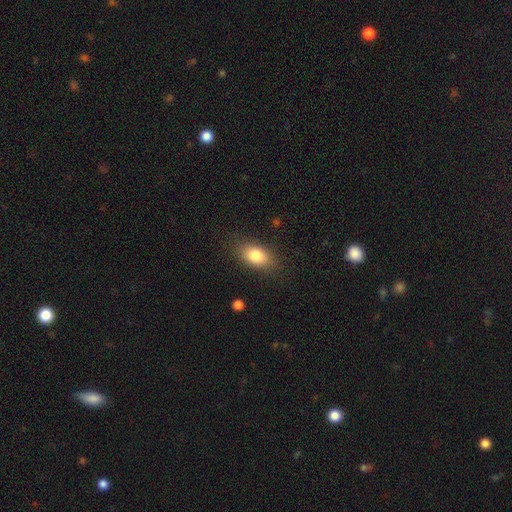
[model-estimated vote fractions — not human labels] Smooth or featured? Predicted: smooth (p=0.81). How rounded? Predicted: in between (p=0.85). Merging? Predicted: none (p=0.84).